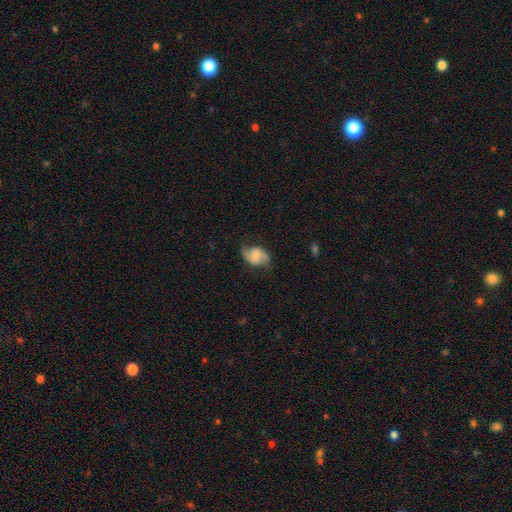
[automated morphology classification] Smooth or featured?
  - featured or disk: 68% *
  - smooth: 24%
  - star or artifact: 8%
Edge-on disk?
  - no: 97% *
  - yes: 3%
Bar?
  - weak: 43% *
  - no: 39%
  - strong: 18%
Spiral arms?
  - yes: 93% *
  - no: 7%
Spiral winding?
  - loose: 52% *
  - medium: 37%
  - tight: 11%
Spiral arm count?
  - 2: 90% *
  - can't tell: 4%
  - 1: 4%
  - 3: 1%
  - 4: 1%
  - more than 4: 1%
Bulge size?
  - none: 31% *
  - small: 26%
  - moderate: 26%
  - large: 14%
  - dominant: 3%
Merging?
  - none: 69% *
  - minor disturbance: 20%
  - major disturbance: 9%
  - merger: 2%